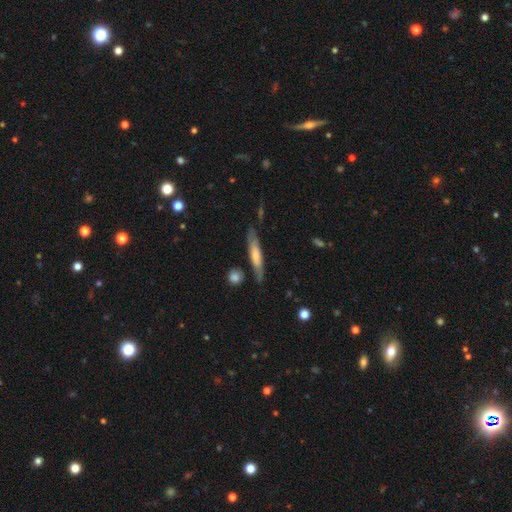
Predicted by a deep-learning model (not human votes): Smooth or featured: smooth — 51% (featured or disk — 44%)
How rounded: cigar-shaped — 84% (in between — 14%)
Merging: none — 72% (minor disturbance — 19%)